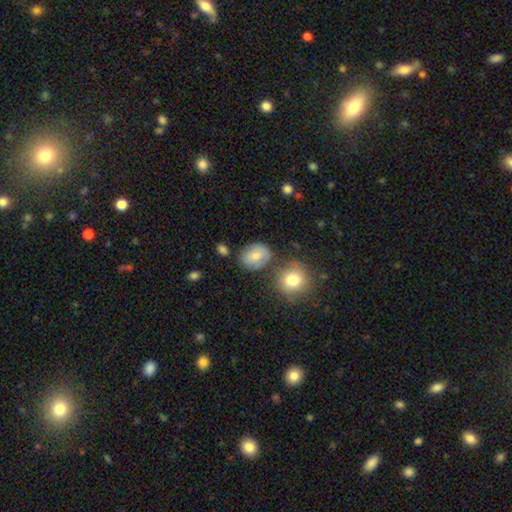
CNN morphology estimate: Smooth or featured: smooth — 73% (featured or disk — 18%)
How rounded: round — 51% (in between — 48%)
Merging: none — 68% (minor disturbance — 18%)